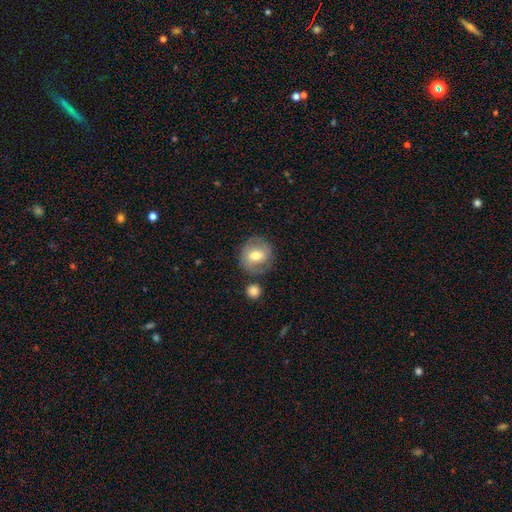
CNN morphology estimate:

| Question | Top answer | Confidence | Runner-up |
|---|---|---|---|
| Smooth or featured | smooth | 62% | featured or disk (30%) |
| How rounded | round | 88% | in between (11%) |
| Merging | none | 75% | minor disturbance (14%) |